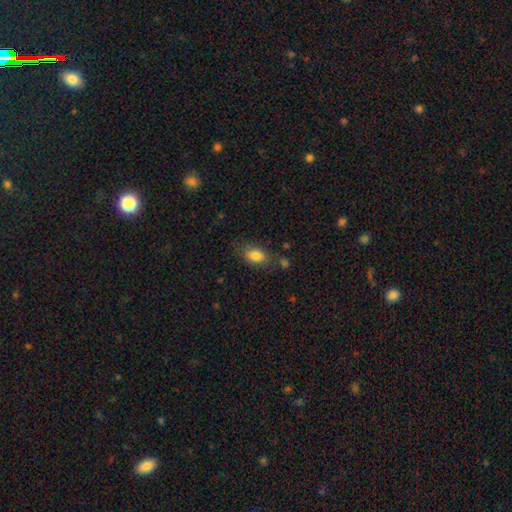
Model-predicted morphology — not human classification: Smooth or featured? Predicted: smooth (p=0.82). How rounded? Predicted: in between (p=0.86). Merging? Predicted: none (p=0.74).